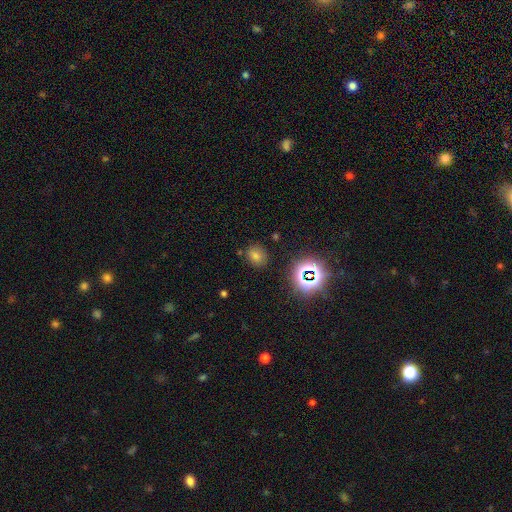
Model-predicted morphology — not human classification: A smooth galaxy with no disk features (60%) that is round (64%). Merging: none (84%).